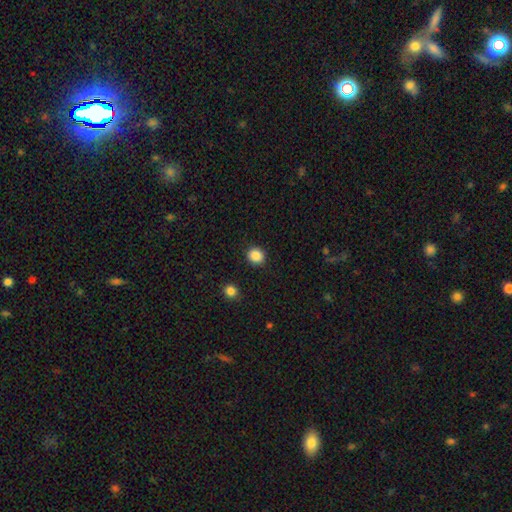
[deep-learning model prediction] Smooth or featured?
  - smooth: 88% *
  - star or artifact: 10%
  - featured or disk: 3%
How rounded?
  - round: 80% *
  - in between: 19%
  - cigar-shaped: 1%
Merging?
  - none: 90% *
  - minor disturbance: 6%
  - major disturbance: 2%
  - merger: 1%